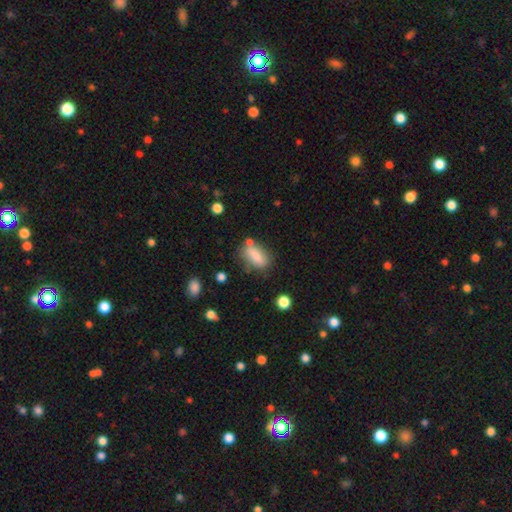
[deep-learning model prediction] smooth-or-featured: smooth: 80% | featured or disk: 11% | star or artifact: 8%
  how-rounded: in between: 80% | cigar-shaped: 15% | round: 5%
  merging: none: 60% | minor disturbance: 21% | merger: 11% | major disturbance: 8%